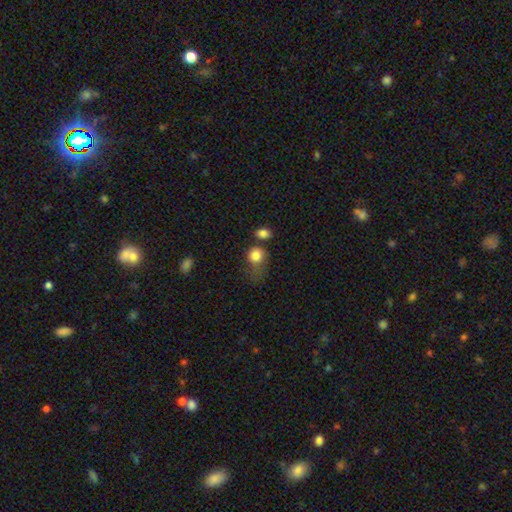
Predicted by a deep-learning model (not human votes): Q: Smooth or featured?
A: smooth (83%); runner-up: star or artifact (9%)
Q: How rounded?
A: round (68%); runner-up: in between (31%)
Q: Merging?
A: none (37%); runner-up: minor disturbance (23%)